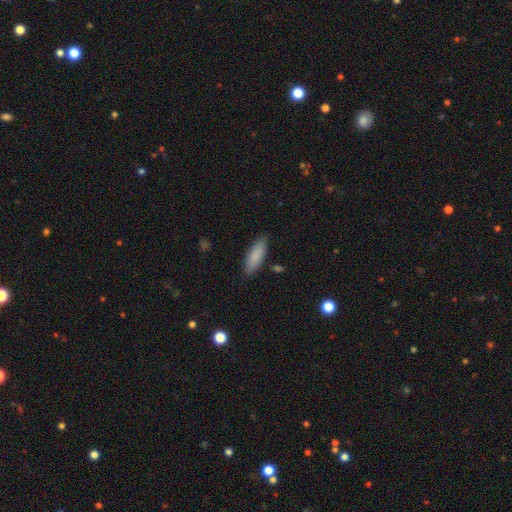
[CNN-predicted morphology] smooth_or_featured: smooth (p=0.87) [alt: featured or disk p=0.08]
how_rounded: in between (p=0.59) [alt: cigar-shaped p=0.39]
merging: none (p=0.86) [alt: minor disturbance p=0.10]